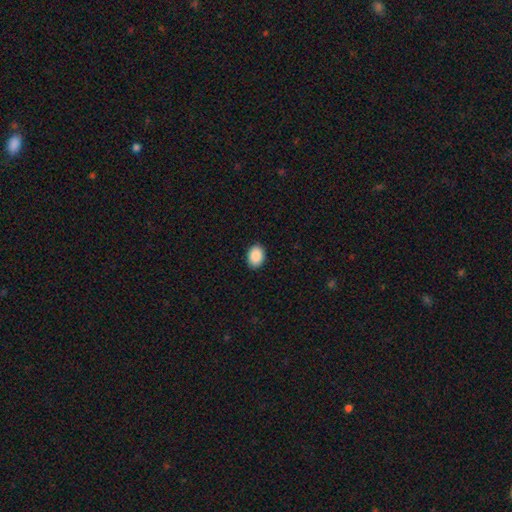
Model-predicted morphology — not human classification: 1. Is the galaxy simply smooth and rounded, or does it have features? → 90% smooth, 7% star or artifact, 3% featured or disk.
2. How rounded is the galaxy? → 74% in between, 25% round, 1% cigar-shaped.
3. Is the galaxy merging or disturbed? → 90% none, 7% minor disturbance, 2% major disturbance, 1% merger.